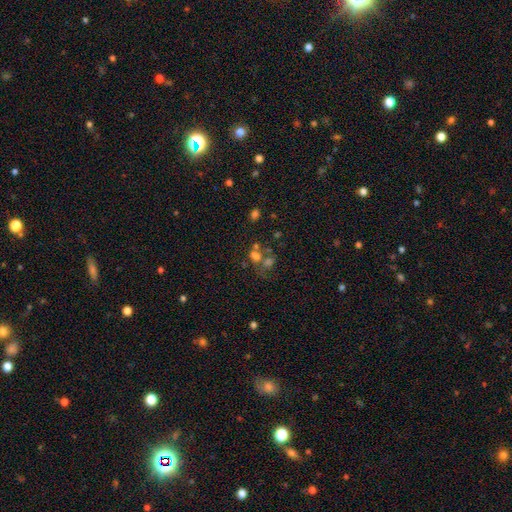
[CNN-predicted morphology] smooth_or_featured: smooth (p=0.56) [alt: star or artifact p=0.23]
how_rounded: round (p=0.52) [alt: in between p=0.46]
merging: merger (p=0.45) [alt: none p=0.30]